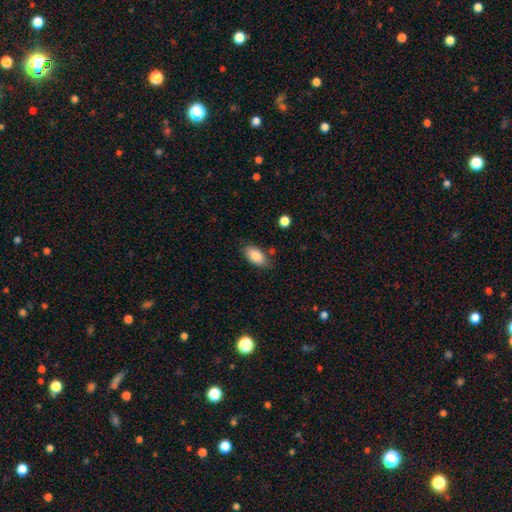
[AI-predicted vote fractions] This is clearly a smooth galaxy (86%). How rounded: clearly in between (92%). Merging: likely none (77%).